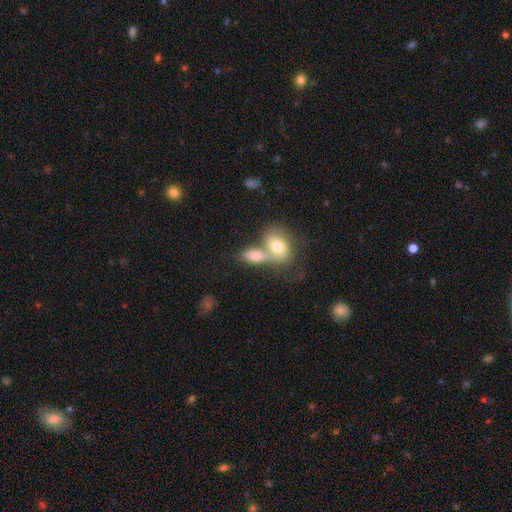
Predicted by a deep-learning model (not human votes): smooth 73%, featured or disk 20%, star or artifact 7%. Down the decision tree: how rounded — in between (85%); merging — merger (65%).